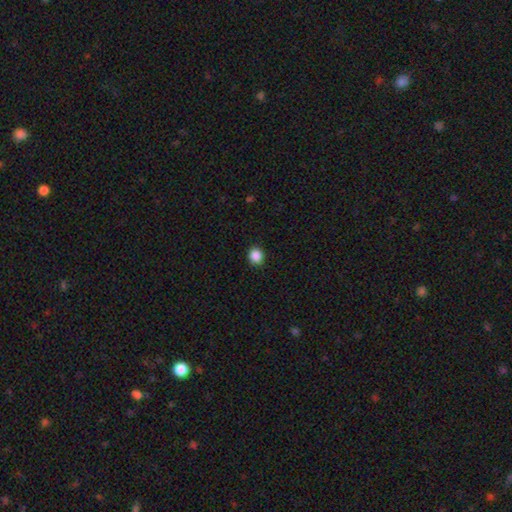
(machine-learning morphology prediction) A smooth galaxy with no disk features (87%) that is round (84%). Merging: none (92%).